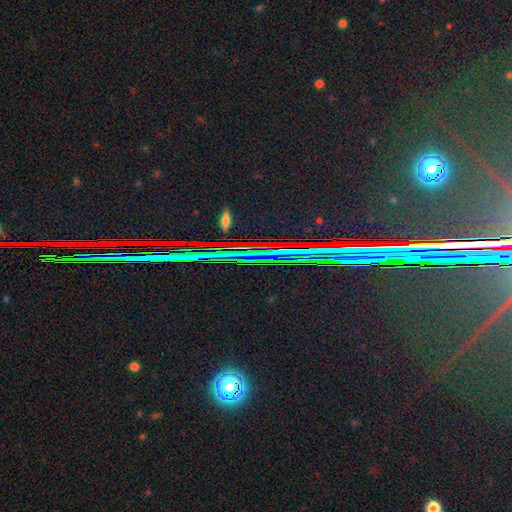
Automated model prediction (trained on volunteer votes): Smooth or featured? star or artifact (85%)